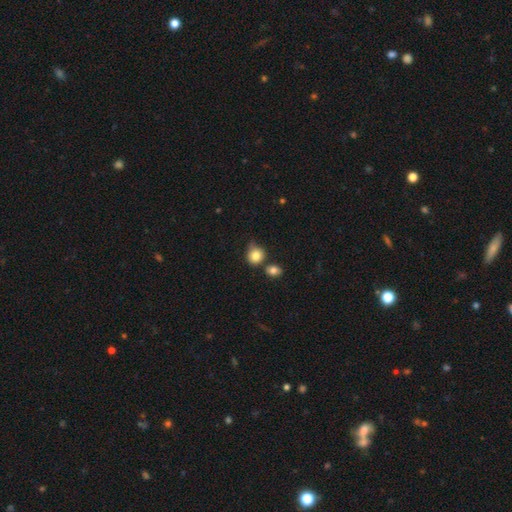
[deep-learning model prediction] Smooth or featured?
  - smooth: 82% *
  - star or artifact: 10%
  - featured or disk: 8%
How rounded?
  - round: 80% *
  - in between: 19%
  - cigar-shaped: 1%
Merging?
  - none: 55% *
  - minor disturbance: 23%
  - merger: 16%
  - major disturbance: 7%